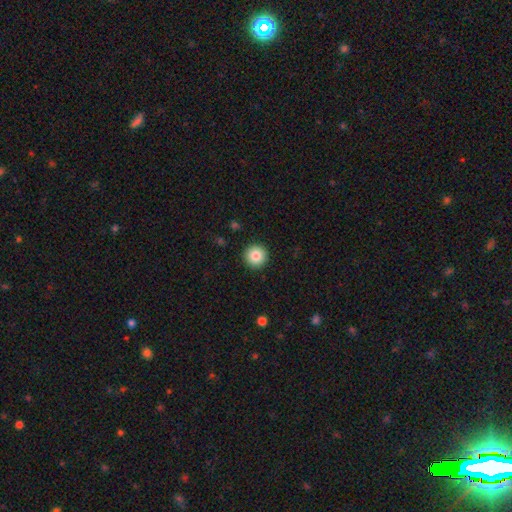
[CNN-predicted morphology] smooth-or-featured: smooth: 85% | star or artifact: 9% | featured or disk: 6%
  how-rounded: round: 96% | in between: 3% | cigar-shaped: 1%
  merging: none: 93% | minor disturbance: 5% | major disturbance: 2% | merger: 1%